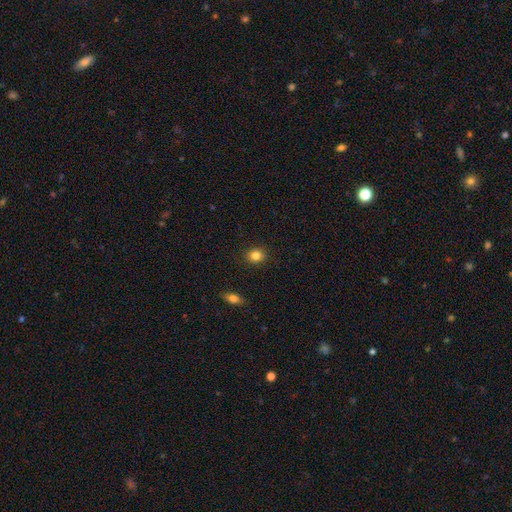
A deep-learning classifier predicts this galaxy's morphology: smooth-or-featured: smooth: 85% | star or artifact: 11% | featured or disk: 5%
  how-rounded: round: 73% | in between: 26% | cigar-shaped: 1%
  merging: none: 90% | minor disturbance: 7% | major disturbance: 2% | merger: 1%